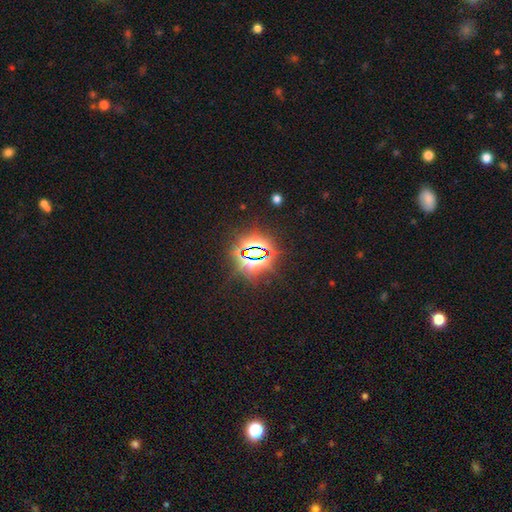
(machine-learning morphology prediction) This appears to be a star or artifact, not a galaxy (81%).